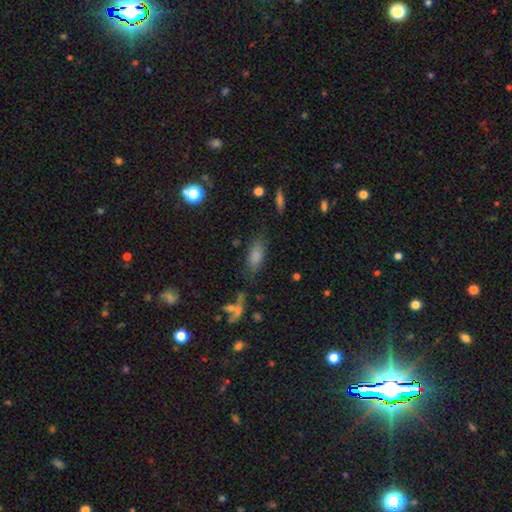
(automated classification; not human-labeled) The model was most divided on "merging": none: 70%, minor disturbance: 19%, major disturbance: 7%, merger: 5%. More confident: smooth or featured — smooth (80%); how rounded — in between (78%).